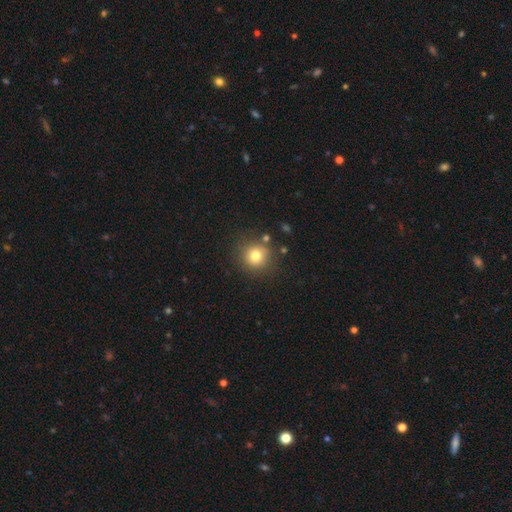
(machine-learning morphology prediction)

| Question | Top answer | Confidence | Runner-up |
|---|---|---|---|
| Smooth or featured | smooth | 78% | star or artifact (13%) |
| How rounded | round | 92% | in between (7%) |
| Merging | none | 81% | minor disturbance (10%) |